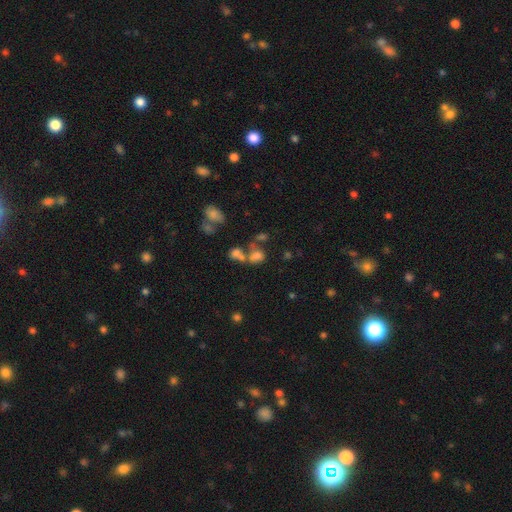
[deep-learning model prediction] Smooth or featured? Predicted: smooth (p=0.61). How rounded? Predicted: in between (p=0.52). Merging? Predicted: merger (p=0.44).